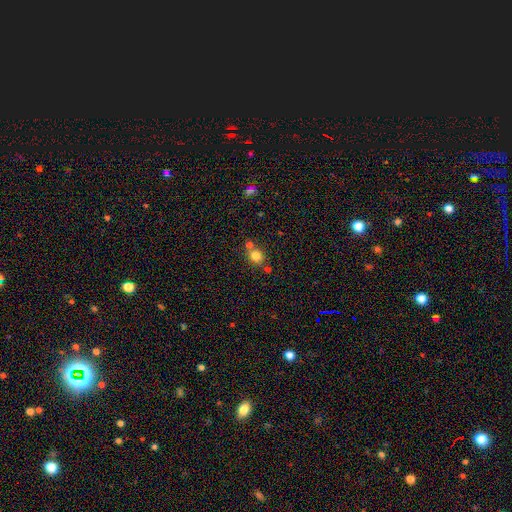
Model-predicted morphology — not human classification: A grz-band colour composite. It shows a smooth galaxy with no disk features (80%) that is round (75%). Merging: none (63%).